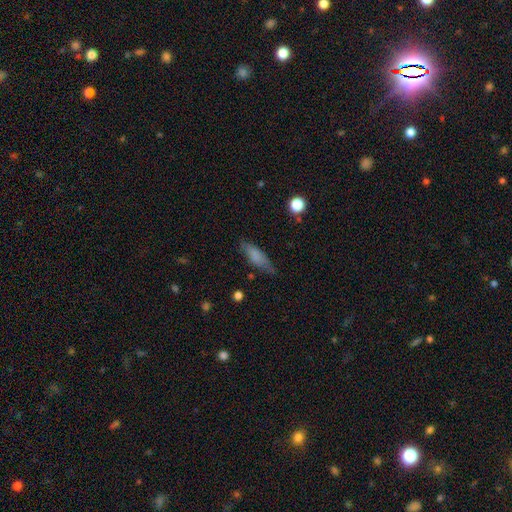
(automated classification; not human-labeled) smooth_or_featured: smooth (p=0.76) [alt: featured or disk p=0.17]
how_rounded: in between (p=0.50) [alt: cigar-shaped p=0.47]
merging: none (p=0.68) [alt: minor disturbance p=0.24]